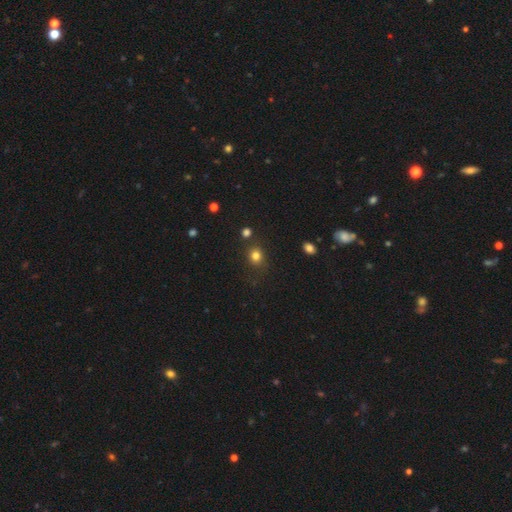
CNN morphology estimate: Smooth or featured: smooth — 80% (star or artifact — 14%)
How rounded: round — 77% (in between — 23%)
Merging: none — 79% (minor disturbance — 11%)